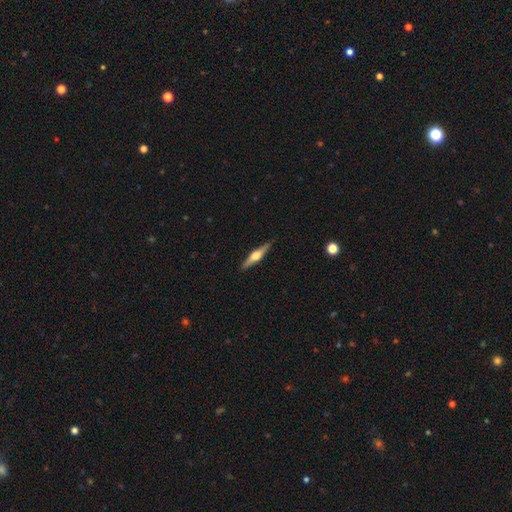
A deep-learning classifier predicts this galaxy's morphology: Smooth or featured?
  - featured or disk: 67% *
  - smooth: 28%
  - star or artifact: 5%
Edge-on disk?
  - yes: 97% *
  - no: 3%
Edge-on bulge?
  - rounded: 91% *
  - boxy: 7%
  - none: 2%
Merging?
  - none: 89% *
  - minor disturbance: 8%
  - major disturbance: 2%
  - merger: 1%